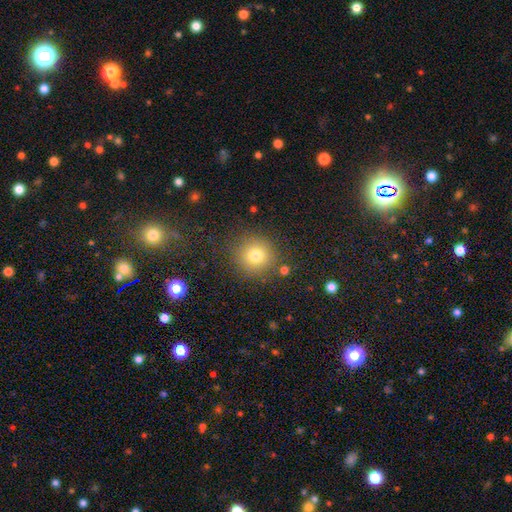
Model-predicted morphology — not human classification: A smooth galaxy with no disk features (76%) that is round (93%).

Vote fractions:
- Smooth or featured? smooth: 76% / star or artifact: 15% / featured or disk: 9%
- How rounded? round: 93% / in between: 6% / cigar-shaped: 1%
- Merging? none: 85% / minor disturbance: 9% / major disturbance: 4% / merger: 3%